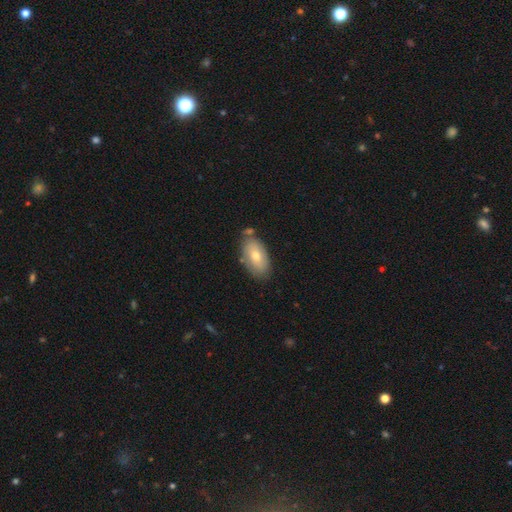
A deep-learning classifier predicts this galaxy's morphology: Smooth or featured? smooth (66%)
How rounded? in between (93%)
Merging? none (72%)